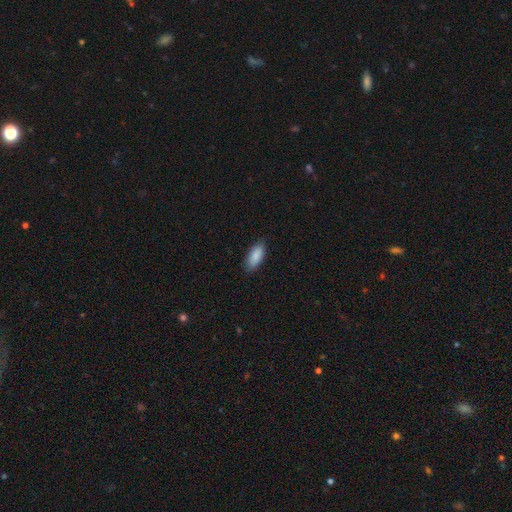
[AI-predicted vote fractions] Smooth or featured? Predicted: smooth (p=0.89). How rounded? Predicted: in between (p=0.86). Merging? Predicted: none (p=0.85).